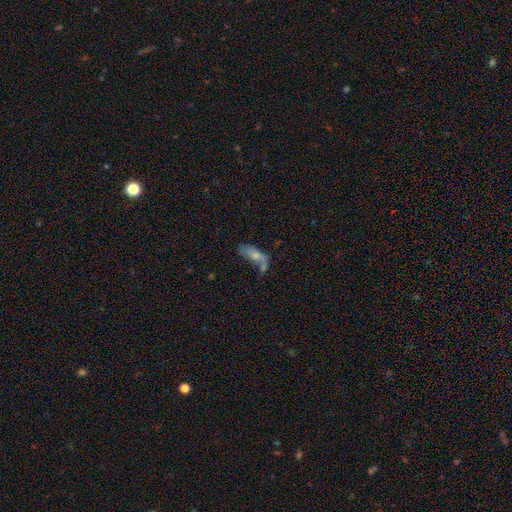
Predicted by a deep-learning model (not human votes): This is possibly a smooth galaxy (56%). How rounded: likely in between (78%). Merging: marginally none (28%).